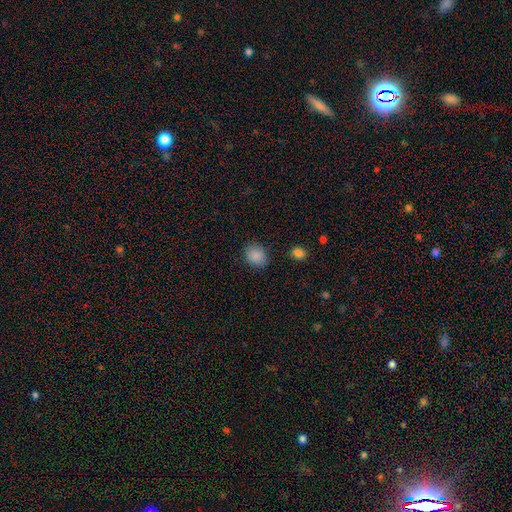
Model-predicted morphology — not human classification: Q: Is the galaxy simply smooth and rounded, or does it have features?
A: smooth — 88%.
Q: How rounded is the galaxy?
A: round — 55%.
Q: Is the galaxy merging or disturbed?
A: none — 85%.